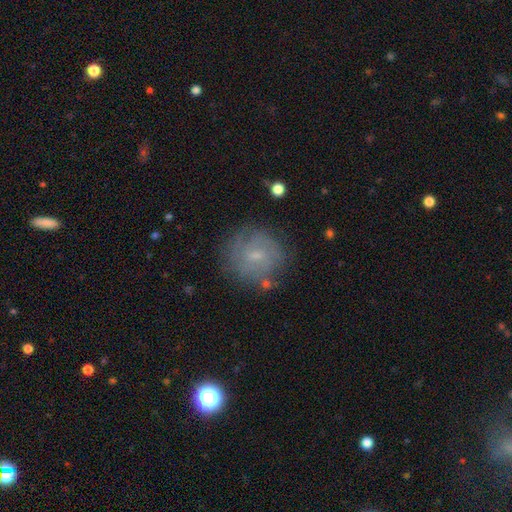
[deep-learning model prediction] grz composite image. It shows a featured or disk galaxy (43%, tied with smooth). Merging: none (77%).